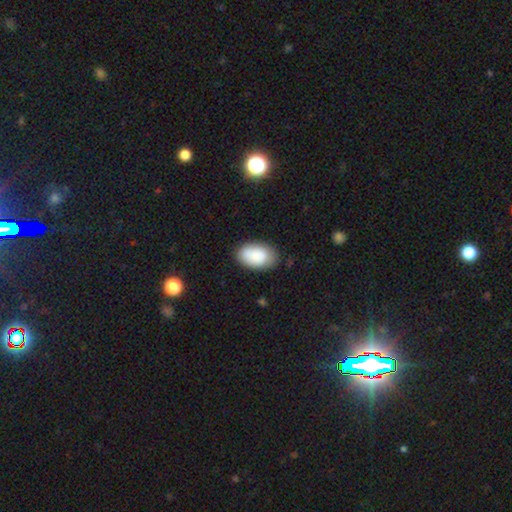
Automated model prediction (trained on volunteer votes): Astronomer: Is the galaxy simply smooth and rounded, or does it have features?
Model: smooth — 85%.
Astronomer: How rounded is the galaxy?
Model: in between — 92%.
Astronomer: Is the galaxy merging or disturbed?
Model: none — 78%.